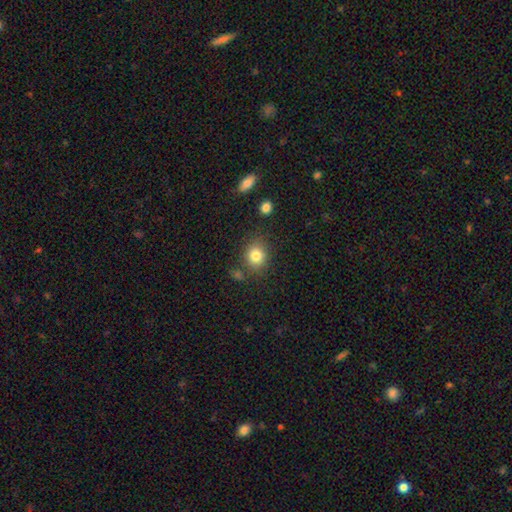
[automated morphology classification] Smooth or featured?
  - smooth: 82% *
  - star or artifact: 11%
  - featured or disk: 7%
How rounded?
  - round: 72% *
  - in between: 27%
  - cigar-shaped: 1%
Merging?
  - none: 78% *
  - minor disturbance: 13%
  - merger: 6%
  - major disturbance: 4%